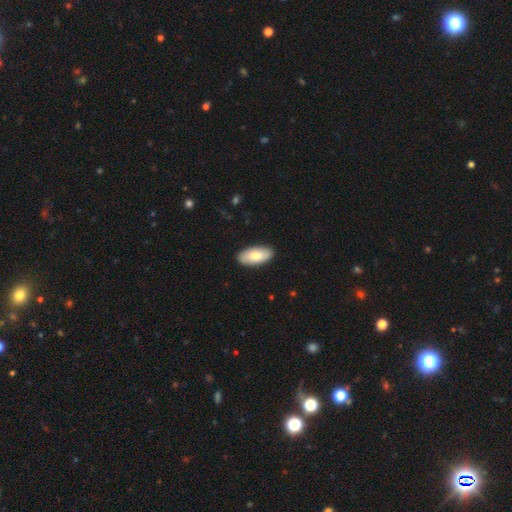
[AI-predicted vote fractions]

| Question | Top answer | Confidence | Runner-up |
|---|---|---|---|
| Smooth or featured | smooth | 78% | featured or disk (17%) |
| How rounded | in between | 93% | cigar-shaped (5%) |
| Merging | none | 90% | minor disturbance (7%) |